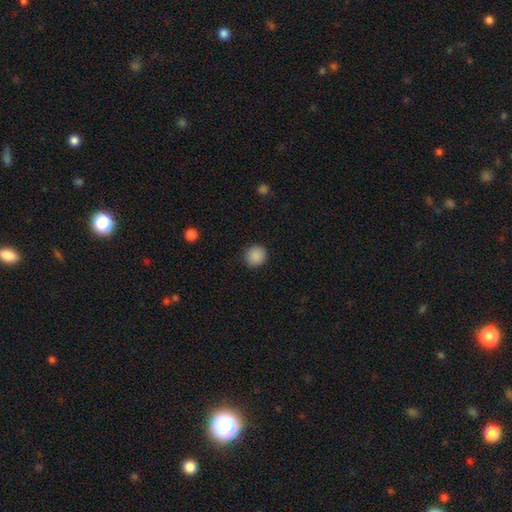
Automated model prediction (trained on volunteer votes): The model was most divided on "smooth or featured": smooth: 89%, star or artifact: 9%, featured or disk: 3%. More confident: merging — none (91%); how rounded — round (90%).